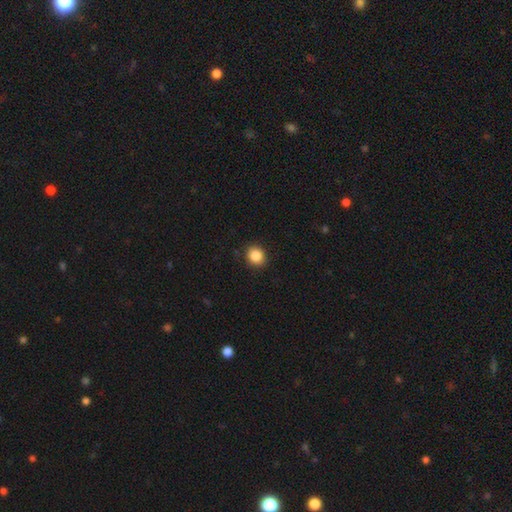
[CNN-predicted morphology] Smooth or featured? smooth (87%)
How rounded? round (74%)
Merging? none (90%)